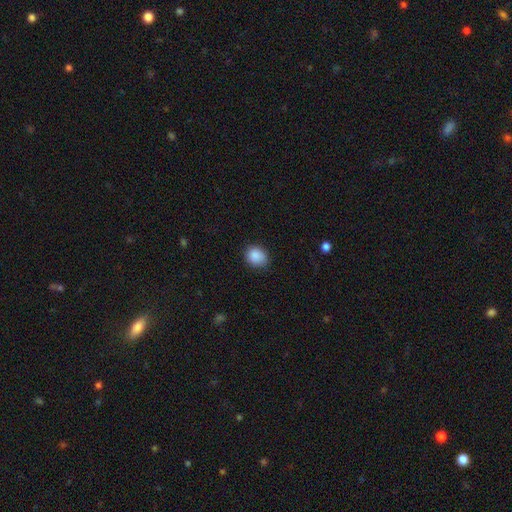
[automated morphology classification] The model was most divided on "how rounded": round: 60%, in between: 39%, cigar-shaped: 1%. More confident: smooth or featured — smooth (88%); merging — none (82%).